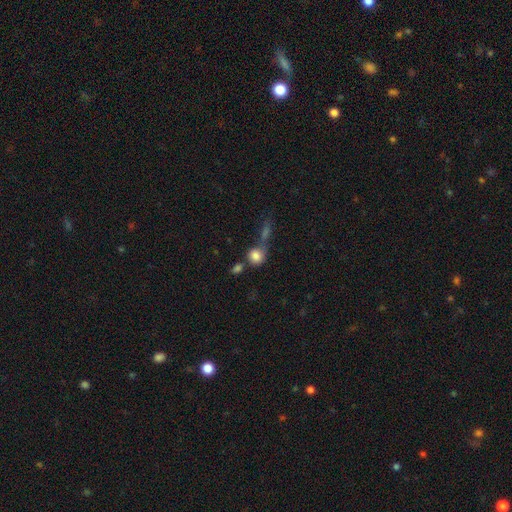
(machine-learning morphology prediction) A smooth galaxy with no disk features (82%) that is round (76%). Merging: none (41%).